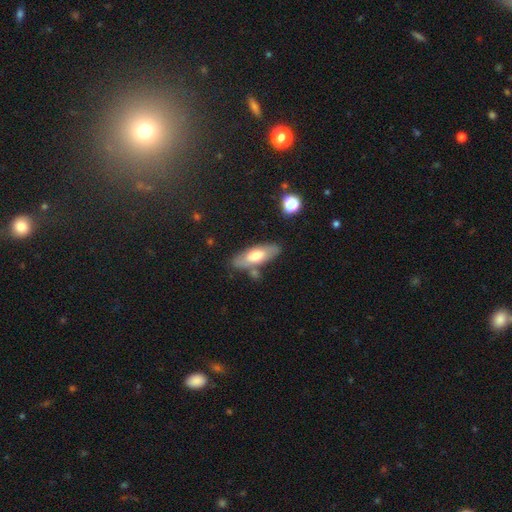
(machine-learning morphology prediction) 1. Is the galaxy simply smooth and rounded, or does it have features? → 59% smooth, 35% featured or disk, 6% star or artifact.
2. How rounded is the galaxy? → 71% in between, 27% cigar-shaped, 2% round.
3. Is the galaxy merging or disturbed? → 76% none, 13% minor disturbance, 7% merger, 3% major disturbance.